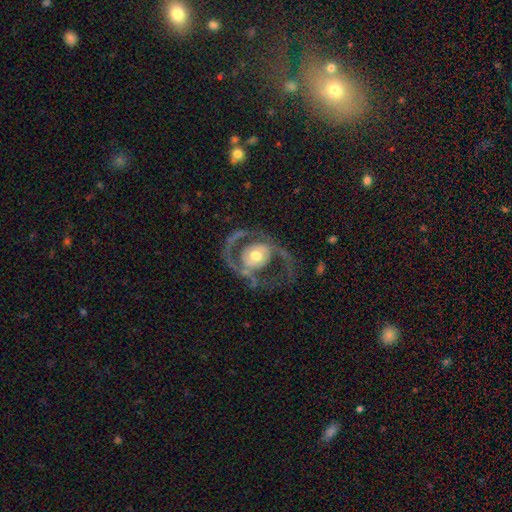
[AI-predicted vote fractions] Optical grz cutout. It shows a featured or disk galaxy (82%) with no bar (67%), 2 (82%) medium (50%) spiral arms (80%) and a moderate central bulge (68%). Merging: none (59%).